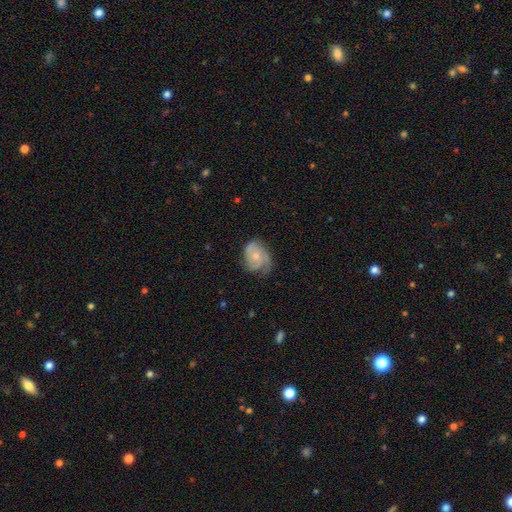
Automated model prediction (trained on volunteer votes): featured or disk 67%, smooth 27%, star or artifact 6%. Down the decision tree: edge-on disk — no (97%); bar — no (76%); spiral arms — yes (91%); spiral arm count — 2 (37%); spiral winding — tight (41%, tied with medium); bulge size — small (52%); merging — none (55%).